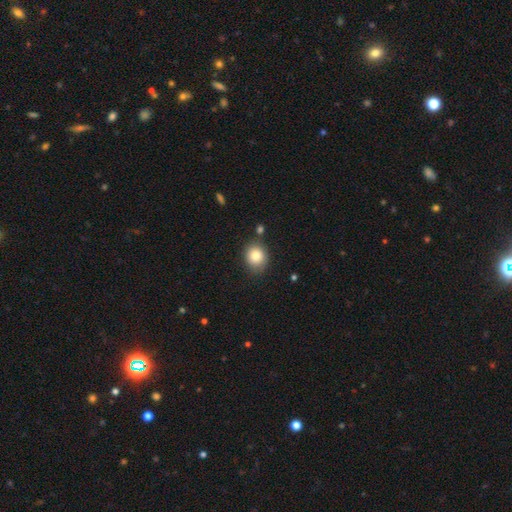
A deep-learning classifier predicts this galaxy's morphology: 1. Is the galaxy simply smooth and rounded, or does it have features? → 83% smooth, 9% star or artifact, 8% featured or disk.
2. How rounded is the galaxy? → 71% round, 28% in between, 1% cigar-shaped.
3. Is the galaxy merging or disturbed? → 79% none, 13% minor disturbance, 5% merger, 3% major disturbance.